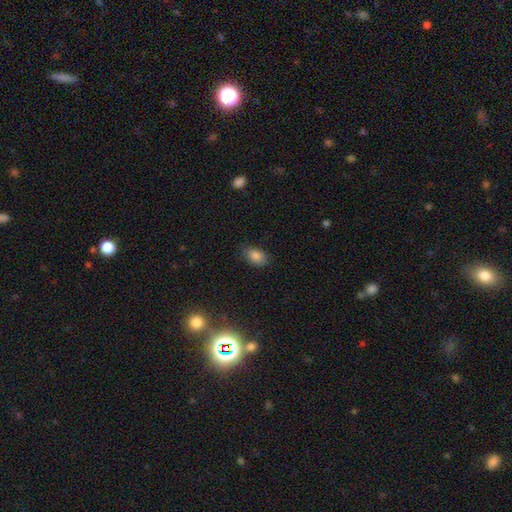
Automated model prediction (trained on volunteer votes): Smooth or featured? smooth (83%)
How rounded? in between (86%)
Merging? none (79%)